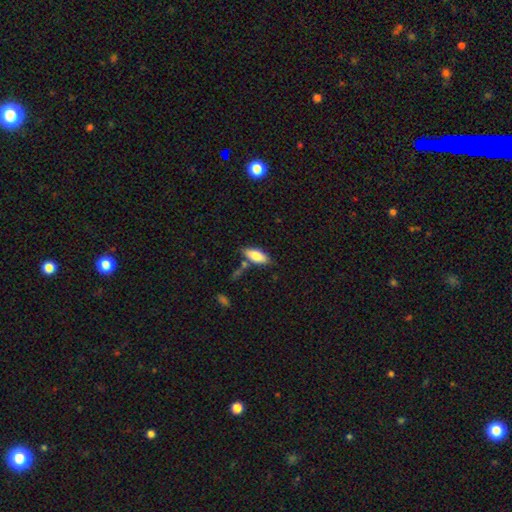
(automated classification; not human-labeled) smooth 79%, featured or disk 14%, star or artifact 6%. Down the decision tree: how rounded — in between (80%); merging — none (72%).